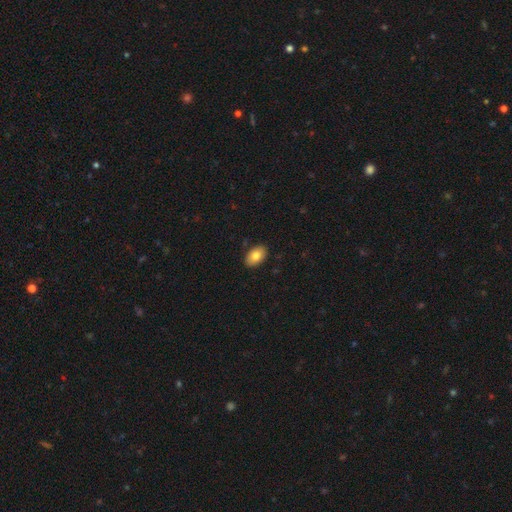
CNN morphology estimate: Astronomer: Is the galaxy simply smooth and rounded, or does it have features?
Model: smooth — 81%.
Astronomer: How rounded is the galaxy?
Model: in between — 91%.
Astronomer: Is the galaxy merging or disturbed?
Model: none — 89%.